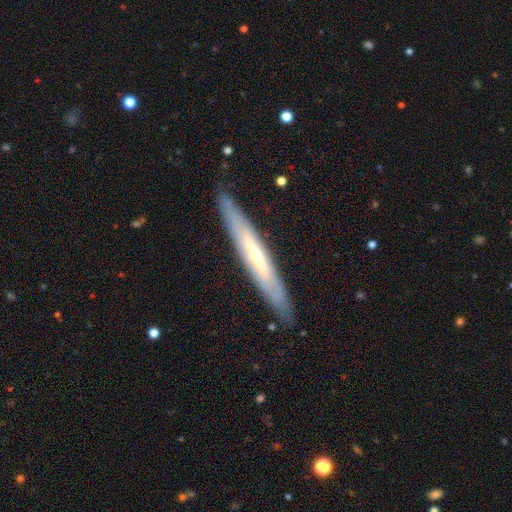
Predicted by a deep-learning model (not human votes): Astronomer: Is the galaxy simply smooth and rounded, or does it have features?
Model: featured or disk — 64%.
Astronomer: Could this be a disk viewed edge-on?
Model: yes — 81%.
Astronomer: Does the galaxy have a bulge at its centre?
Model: none — 52% (runner-up: rounded, 41%).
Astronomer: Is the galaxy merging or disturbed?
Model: none — 87%.